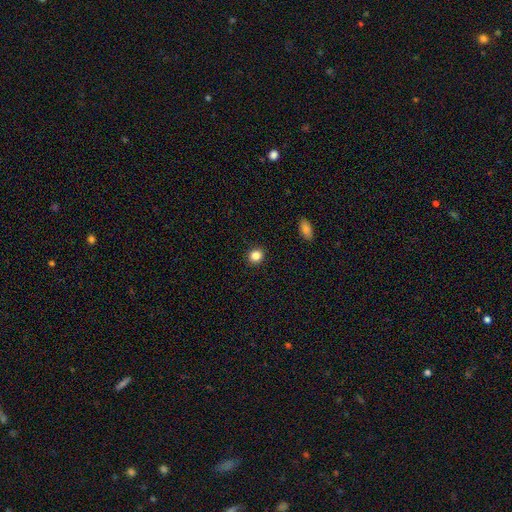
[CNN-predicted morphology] Smooth or featured? smooth (85%)
How rounded? round (86%)
Merging? none (92%)